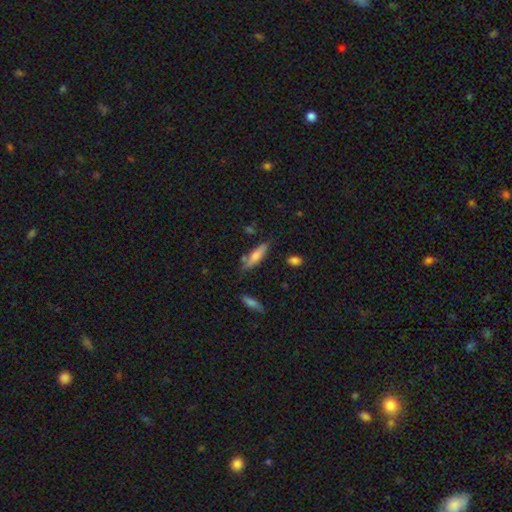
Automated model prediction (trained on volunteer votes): Q: Smooth or featured?
A: smooth (72%); runner-up: featured or disk (22%)
Q: How rounded?
A: cigar-shaped (62%); runner-up: in between (36%)
Q: Merging?
A: none (68%); runner-up: minor disturbance (20%)